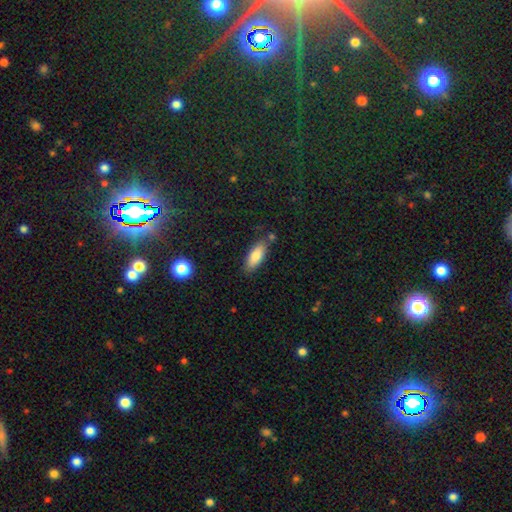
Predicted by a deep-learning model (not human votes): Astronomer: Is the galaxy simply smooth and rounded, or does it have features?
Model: smooth — 83%.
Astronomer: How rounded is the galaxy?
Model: in between — 73%.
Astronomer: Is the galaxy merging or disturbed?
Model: none — 76%.